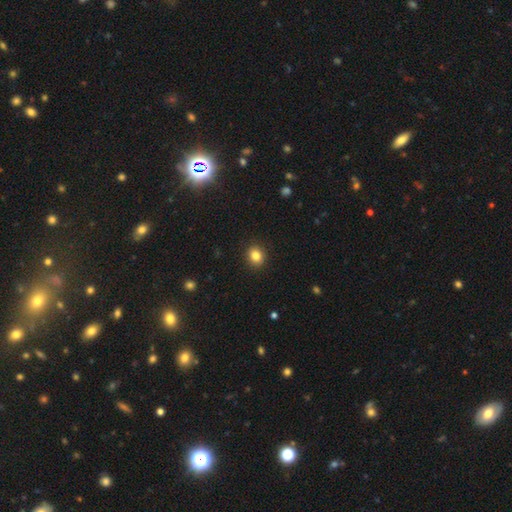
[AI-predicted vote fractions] Smooth or featured: smooth — 84% (star or artifact — 11%)
How rounded: round — 68% (in between — 31%)
Merging: none — 91% (minor disturbance — 6%)